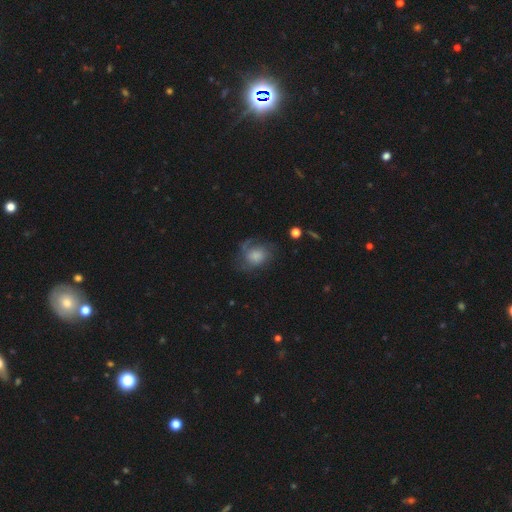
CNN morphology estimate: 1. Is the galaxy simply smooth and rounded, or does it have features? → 46% smooth, 44% featured or disk, 10% star or artifact.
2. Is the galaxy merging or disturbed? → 50% none, 24% minor disturbance, 24% major disturbance, 3% merger.